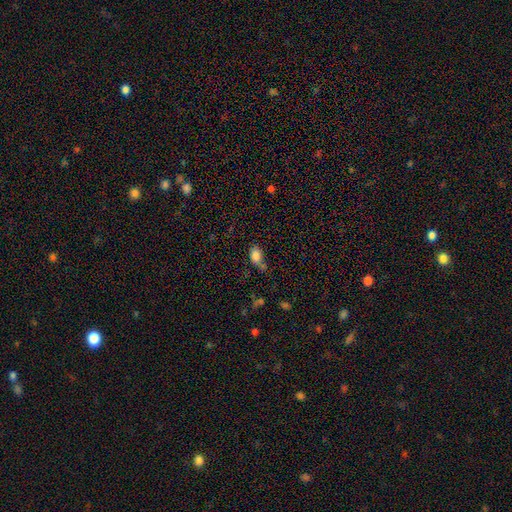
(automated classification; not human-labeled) This is clearly a smooth galaxy (83%). How rounded: clearly in between (83%). Merging: possibly none (48%).